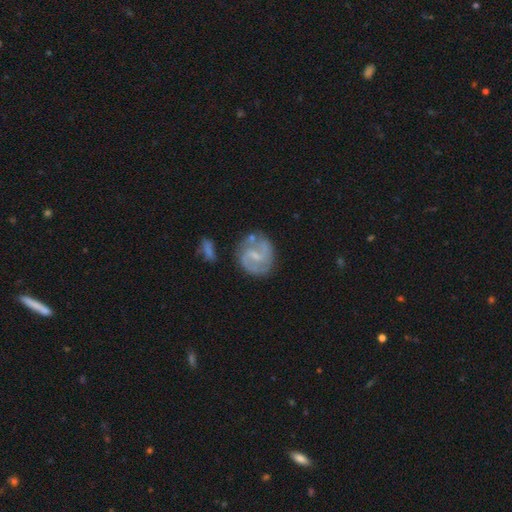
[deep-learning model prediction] The model was most divided on "spiral winding": medium: 53%, loose: 27%, tight: 20%. More confident: edge-on disk — no (98%); spiral arms — yes (93%); spiral arm count — 2 (87%); smooth or featured — featured or disk (80%); merging — none (69%); bulge size — small (60%); bar — weak (58%).